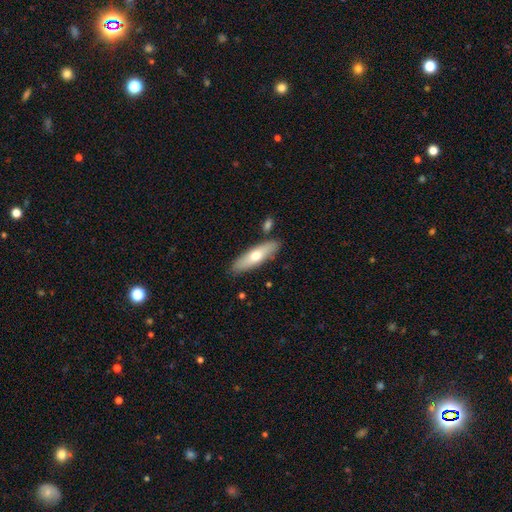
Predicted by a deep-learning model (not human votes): Smooth or featured?
  - smooth: 62% *
  - featured or disk: 33%
  - star or artifact: 6%
How rounded?
  - cigar-shaped: 61% *
  - in between: 37%
  - round: 2%
Merging?
  - none: 83% *
  - minor disturbance: 10%
  - merger: 4%
  - major disturbance: 2%